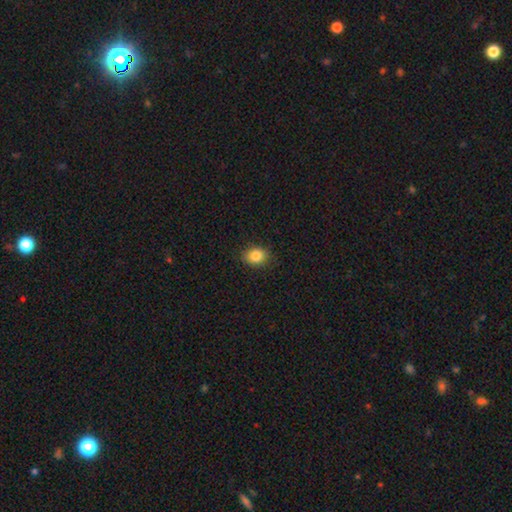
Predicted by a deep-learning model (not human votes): Smooth or featured? smooth (84%)
How rounded? in between (55%)
Merging? none (88%)